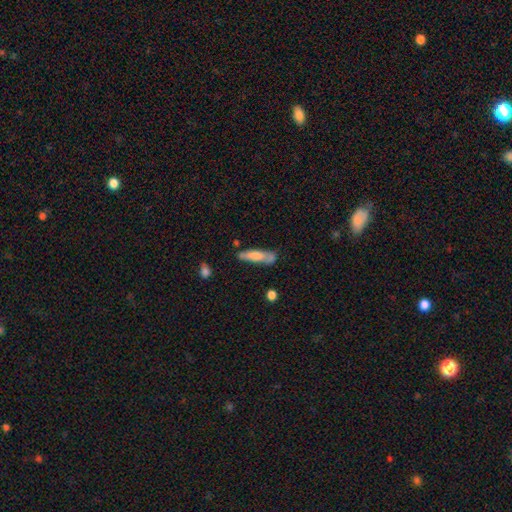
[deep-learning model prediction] smooth 58%, featured or disk 35%, star or artifact 7%. Down the decision tree: how rounded — cigar-shaped (77%); merging — none (65%).